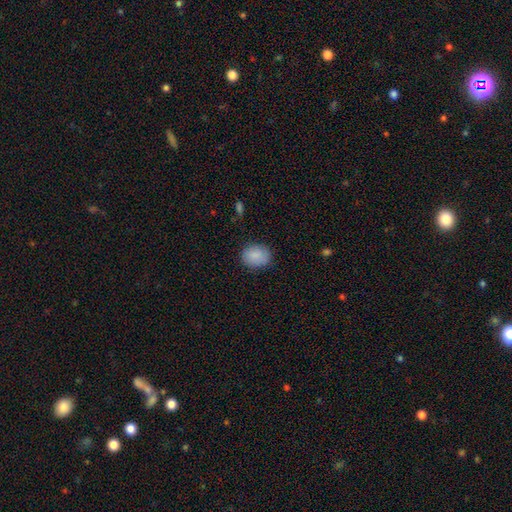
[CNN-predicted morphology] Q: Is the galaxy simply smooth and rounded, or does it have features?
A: smooth — 88%.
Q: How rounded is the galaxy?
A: in between — 50%.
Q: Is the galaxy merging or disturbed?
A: none — 83%.